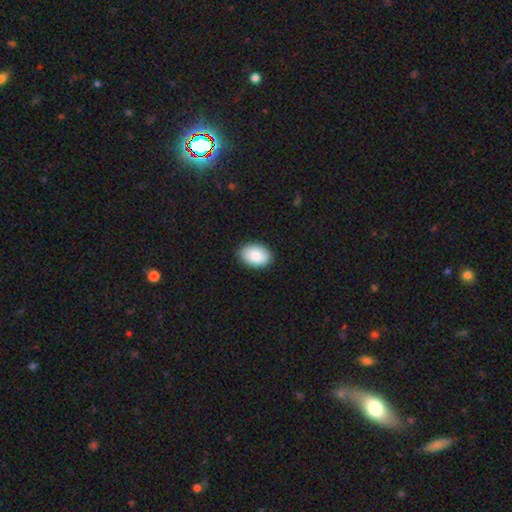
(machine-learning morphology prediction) Overall: smooth (84%). How rounded: in between (84%). Merging: none (88%).